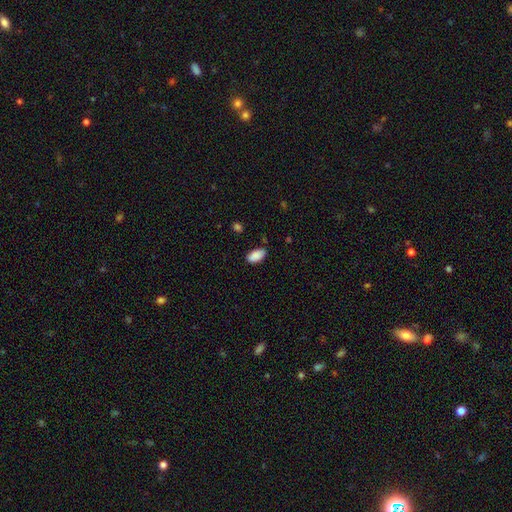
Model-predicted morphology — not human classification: Smooth or featured?
  - smooth: 89% *
  - star or artifact: 7%
  - featured or disk: 4%
How rounded?
  - in between: 94% *
  - cigar-shaped: 3%
  - round: 3%
Merging?
  - none: 79% *
  - minor disturbance: 16%
  - major disturbance: 3%
  - merger: 2%